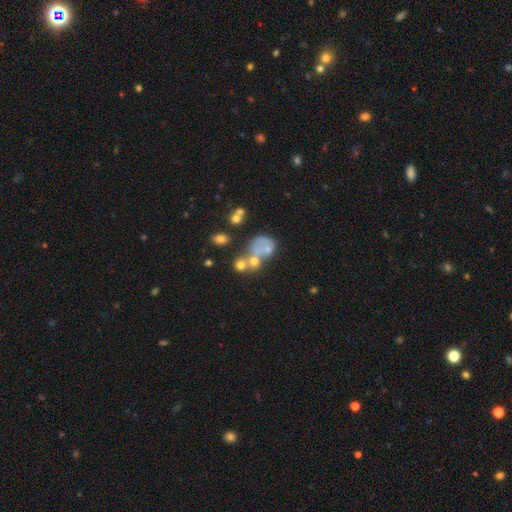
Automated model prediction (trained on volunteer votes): A featured or disk galaxy (41%).

Vote fractions:
- Smooth or featured? featured or disk: 41% / smooth: 36% / star or artifact: 22%
- Merging? merger: 38% / none: 29% / major disturbance: 18% / minor disturbance: 14%